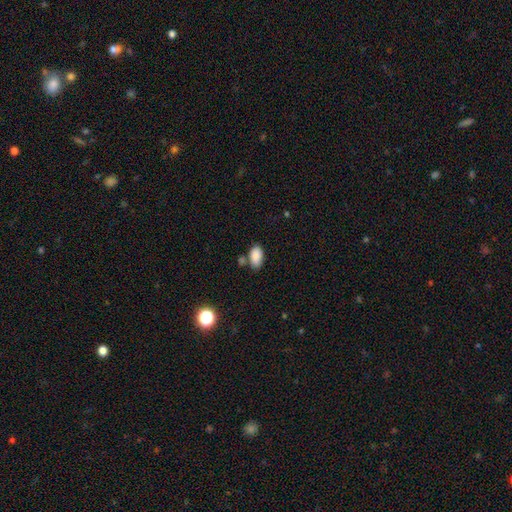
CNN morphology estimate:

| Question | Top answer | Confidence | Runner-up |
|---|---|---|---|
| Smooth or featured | smooth | 87% | star or artifact (8%) |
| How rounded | in between | 93% | round (5%) |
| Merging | none | 66% | minor disturbance (17%) |